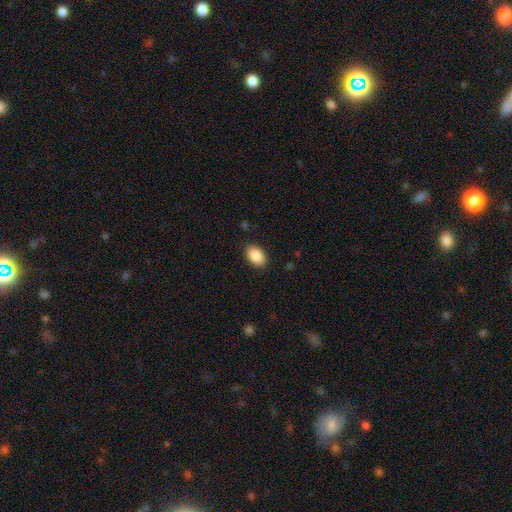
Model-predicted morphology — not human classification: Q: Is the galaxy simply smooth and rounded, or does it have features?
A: smooth — 88%.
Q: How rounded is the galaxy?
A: in between — 91%.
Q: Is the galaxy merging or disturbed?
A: none — 88%.